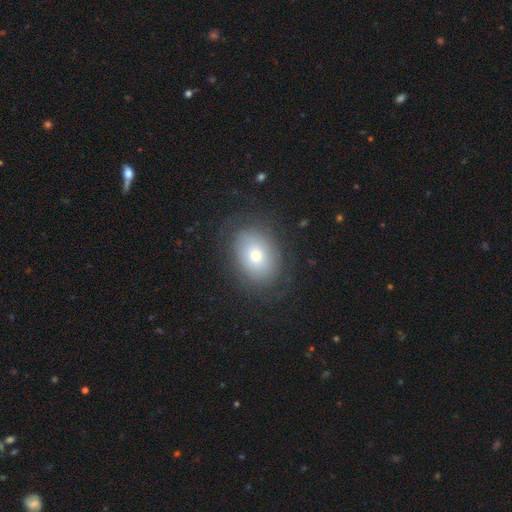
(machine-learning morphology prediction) Overall: smooth (57%; featured or disk 33%). How rounded: in between (68%; round 31%). Merging: none (77%).